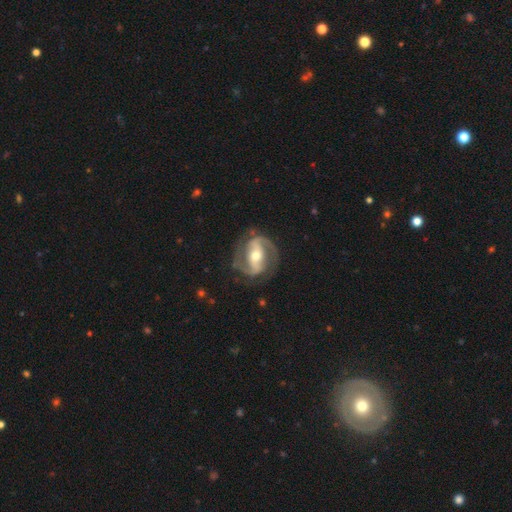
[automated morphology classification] A featured or disk galaxy (88%) with a strong bar (56%), 2 (90%) medium (51%) spiral arms (94%) and a moderate central bulge (66%). Merging: none (79%).